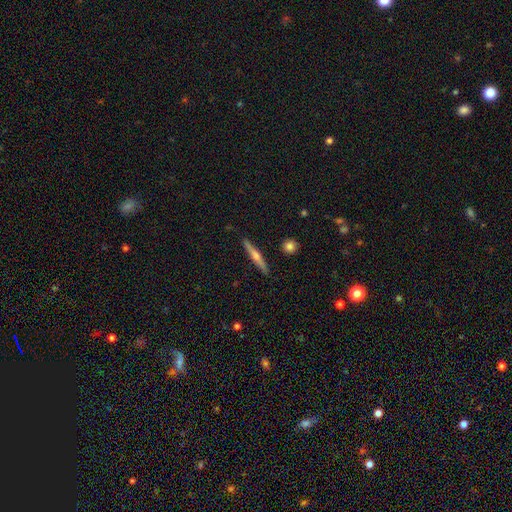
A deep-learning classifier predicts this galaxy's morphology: A featured or disk galaxy (57%) viewed edge-on (98%) with a rounded central bulge (77%).

Vote fractions:
- Smooth or featured? featured or disk: 57% / smooth: 37% / star or artifact: 6%
- Edge-on disk? yes: 98% / no: 2%
- Edge-on bulge? rounded: 77% / none: 15% / boxy: 8%
- Merging? none: 90% / minor disturbance: 7% / merger: 2% / major disturbance: 1%